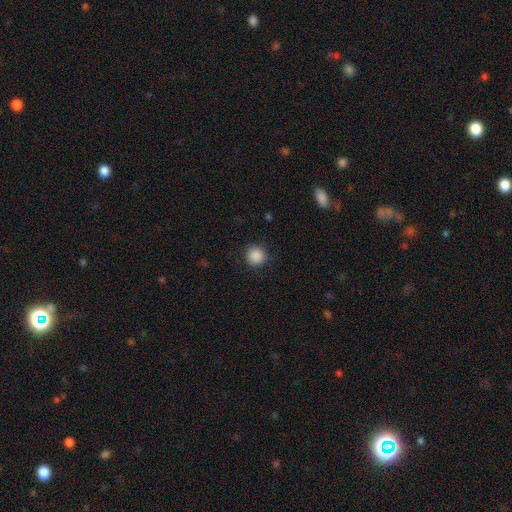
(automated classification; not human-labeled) Smooth or featured: smooth — 88% (star or artifact — 10%)
How rounded: round — 95% (in between — 4%)
Merging: none — 90% (minor disturbance — 7%)